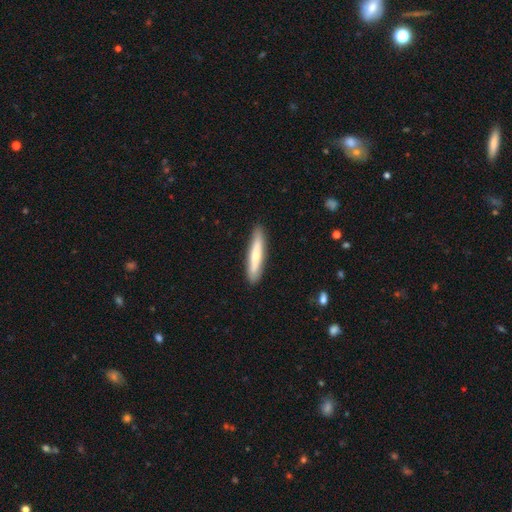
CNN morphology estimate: This appears to be a smooth galaxy with no disk features (59%) that is cigar-shaped (87%). Merging: none (88%).